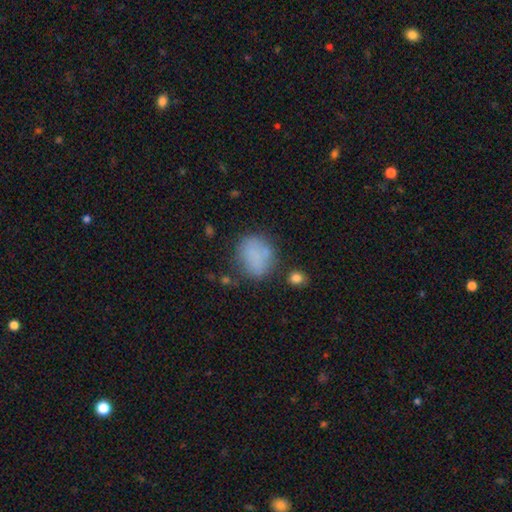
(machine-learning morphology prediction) Smooth or featured?
  - smooth: 78% *
  - featured or disk: 12%
  - star or artifact: 10%
How rounded?
  - round: 59% *
  - in between: 40%
  - cigar-shaped: 1%
Merging?
  - none: 61% *
  - minor disturbance: 22%
  - major disturbance: 10%
  - merger: 8%